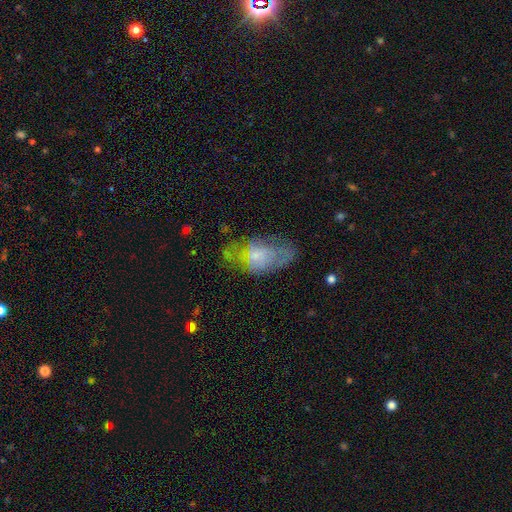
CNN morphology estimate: The model was most divided on "smooth or featured": featured or disk: 48%, smooth: 42%, star or artifact: 10%. More confident: merging — none (51%).